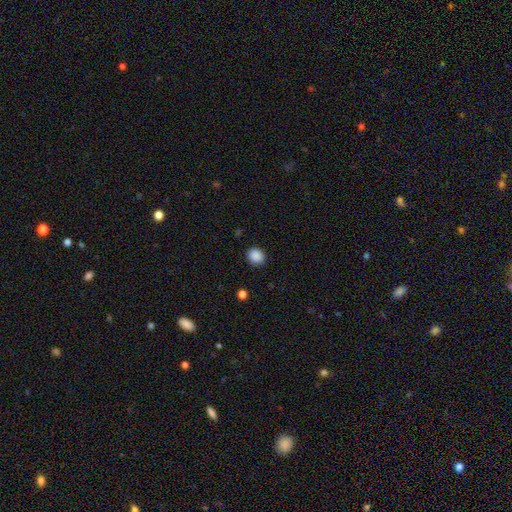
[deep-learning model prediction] Q: Smooth or featured?
A: smooth (88%); runner-up: star or artifact (9%)
Q: How rounded?
A: round (71%); runner-up: in between (28%)
Q: Merging?
A: none (88%); runner-up: minor disturbance (9%)